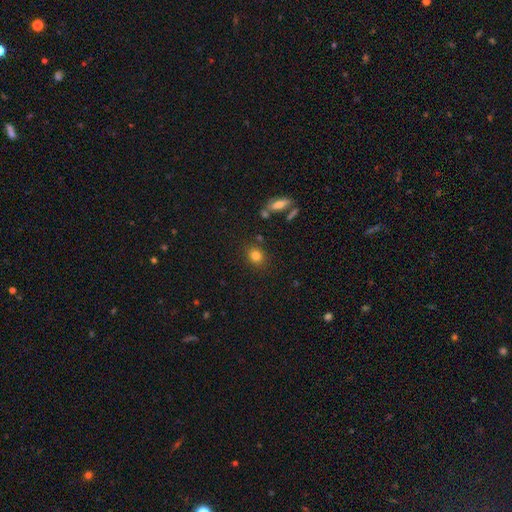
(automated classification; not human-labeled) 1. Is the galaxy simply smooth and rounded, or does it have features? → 81% smooth, 12% star or artifact, 7% featured or disk.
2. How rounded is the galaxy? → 68% round, 30% in between, 2% cigar-shaped.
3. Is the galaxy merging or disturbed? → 83% none, 10% minor disturbance, 4% merger, 3% major disturbance.